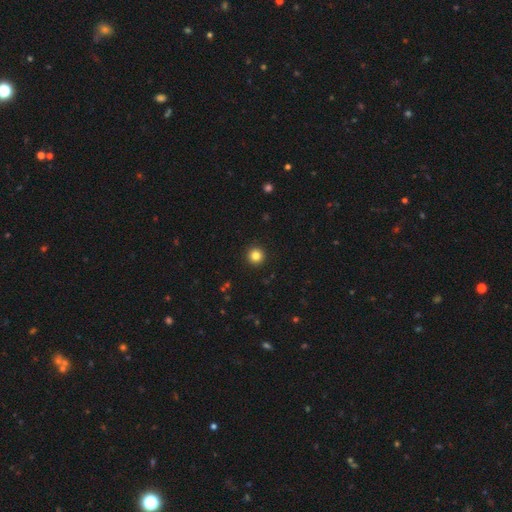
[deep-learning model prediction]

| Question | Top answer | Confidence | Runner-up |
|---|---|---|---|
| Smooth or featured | smooth | 84% | star or artifact (11%) |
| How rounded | round | 96% | in between (3%) |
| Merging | none | 93% | minor disturbance (4%) |